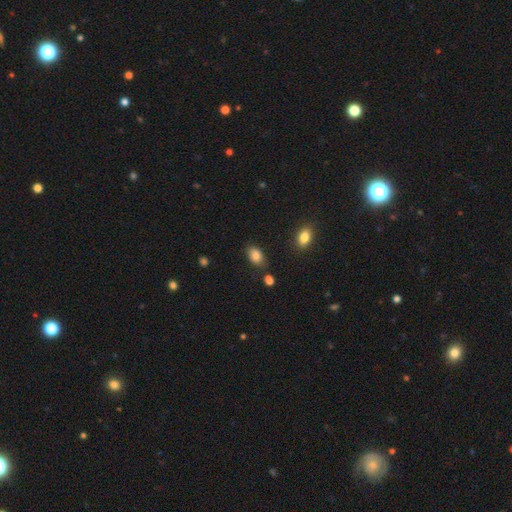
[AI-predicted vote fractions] This is clearly a smooth galaxy (85%). How rounded: clearly in between (88%). Merging: likely none (78%).